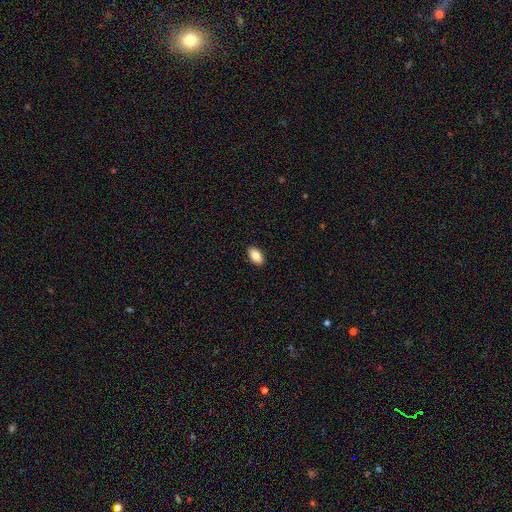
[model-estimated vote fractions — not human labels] Smooth or featured? smooth (84%)
How rounded? in between (93%)
Merging? none (91%)